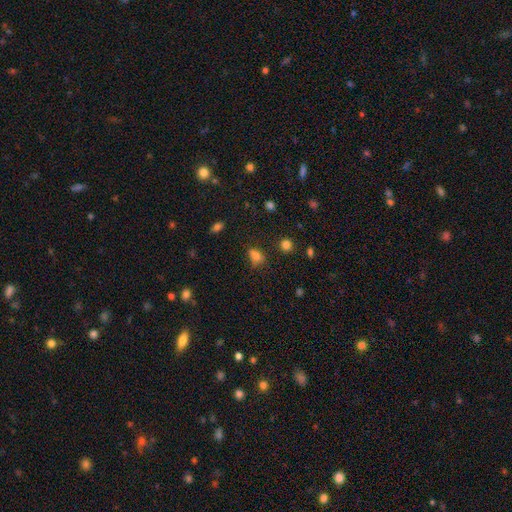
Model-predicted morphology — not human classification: Q: Smooth or featured?
A: smooth (74%); runner-up: star or artifact (16%)
Q: How rounded?
A: in between (70%); runner-up: round (26%)
Q: Merging?
A: none (57%); runner-up: minor disturbance (26%)